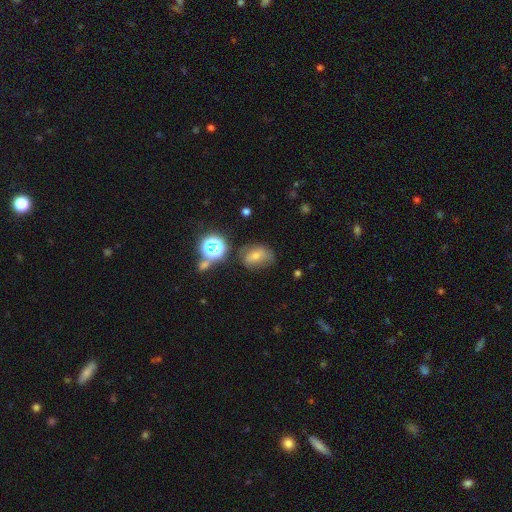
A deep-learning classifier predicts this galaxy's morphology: smooth-or-featured: smooth: 46% | star or artifact: 27% | featured or disk: 27%
  merging: none: 63% | minor disturbance: 22% | major disturbance: 9% | merger: 6%